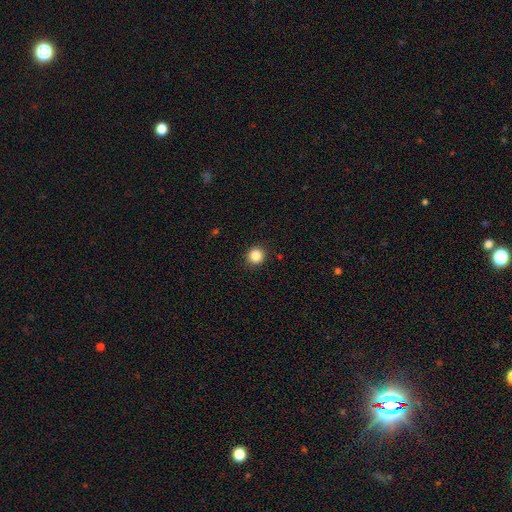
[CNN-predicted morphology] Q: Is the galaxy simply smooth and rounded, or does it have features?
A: smooth — 86%.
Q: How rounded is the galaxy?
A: round — 91%.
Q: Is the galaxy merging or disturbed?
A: none — 91%.